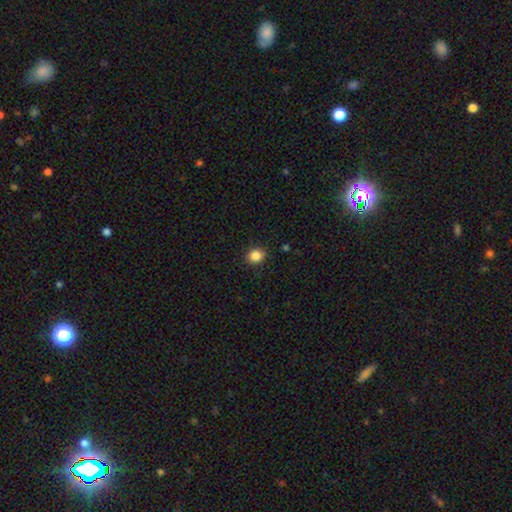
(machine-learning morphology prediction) The model was most divided on "how rounded": round: 69%, in between: 31%, cigar-shaped: 1%. More confident: merging — none (90%); smooth or featured — smooth (86%).